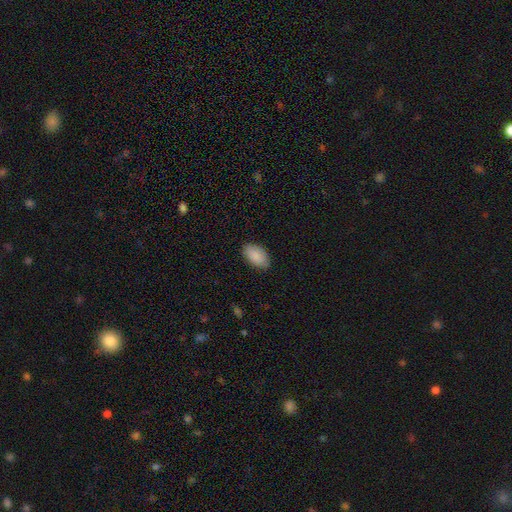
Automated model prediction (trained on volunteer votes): Smooth or featured?
  - smooth: 90% *
  - star or artifact: 6%
  - featured or disk: 4%
How rounded?
  - in between: 95% *
  - round: 4%
  - cigar-shaped: 1%
Merging?
  - none: 85% *
  - minor disturbance: 12%
  - major disturbance: 2%
  - merger: 1%